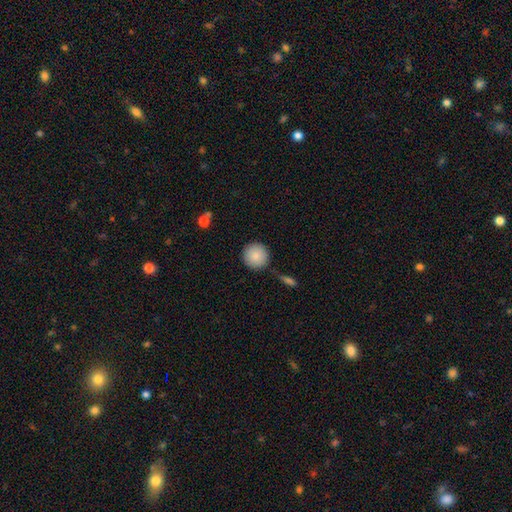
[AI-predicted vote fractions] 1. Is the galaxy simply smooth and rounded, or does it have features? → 86% smooth, 8% star or artifact, 6% featured or disk.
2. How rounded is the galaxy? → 95% round, 4% in between, 1% cigar-shaped.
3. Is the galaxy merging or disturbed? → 87% none, 8% minor disturbance, 3% merger, 2% major disturbance.